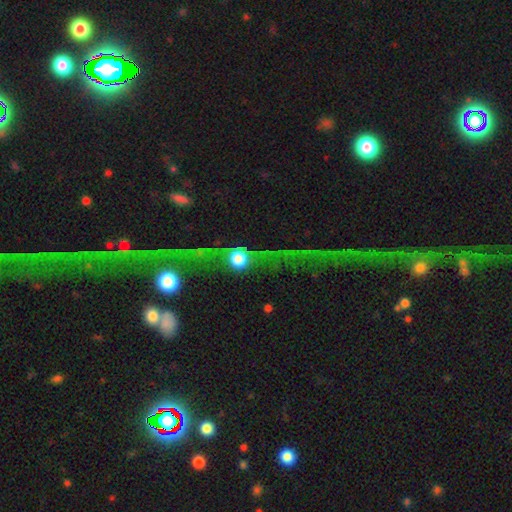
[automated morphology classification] A star or artifact, not a galaxy (73%).